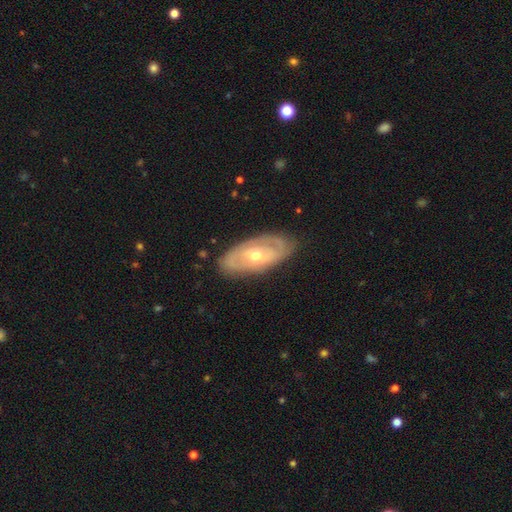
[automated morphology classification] Smooth or featured? featured or disk (72%)
Edge-on disk? no (88%)
Bar? no (62%)
Spiral arms? yes (65%)
Bulge size? moderate (58%)
Merging? none (82%)